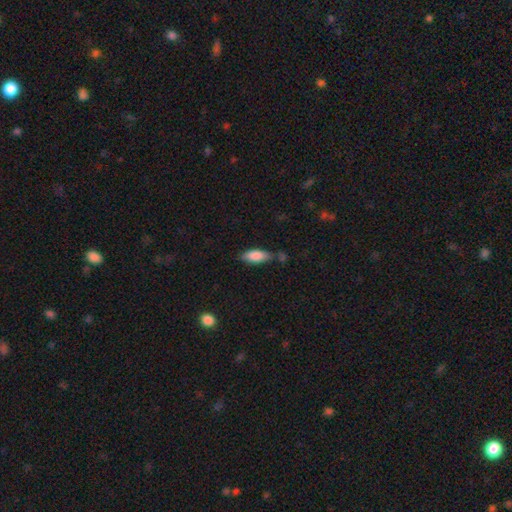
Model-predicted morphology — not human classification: Smooth or featured? Predicted: smooth (p=0.84). How rounded? Predicted: in between (p=0.74). Merging? Predicted: none (p=0.67).